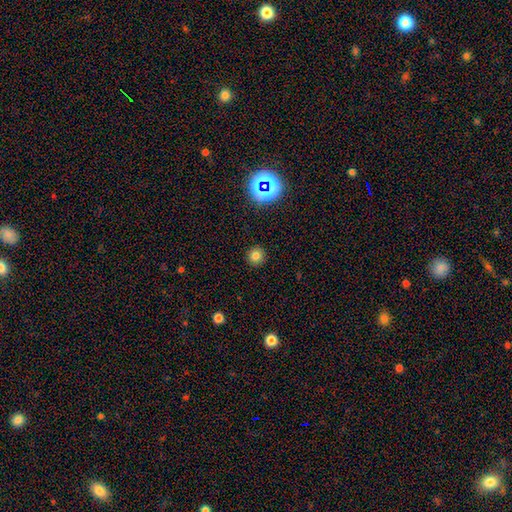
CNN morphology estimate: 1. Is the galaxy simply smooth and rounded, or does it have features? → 77% smooth, 17% star or artifact, 6% featured or disk.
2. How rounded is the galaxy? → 93% round, 6% in between, 1% cigar-shaped.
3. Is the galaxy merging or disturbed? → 91% none, 6% minor disturbance, 2% major disturbance, 1% merger.